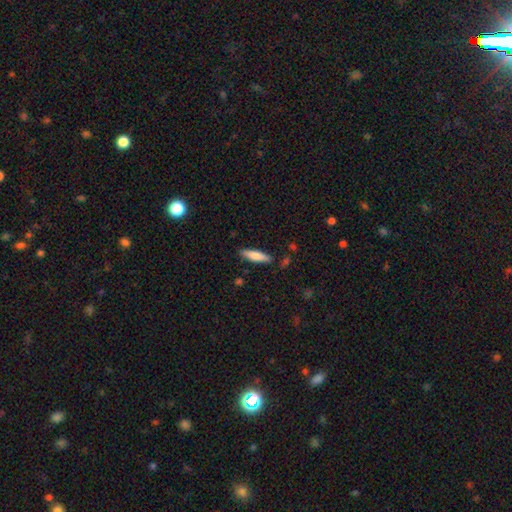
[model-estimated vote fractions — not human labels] smooth-or-featured: smooth: 77% | featured or disk: 18% | star or artifact: 6%
  how-rounded: cigar-shaped: 68% | in between: 31% | round: 2%
  merging: none: 85% | minor disturbance: 10% | major disturbance: 2% | merger: 2%